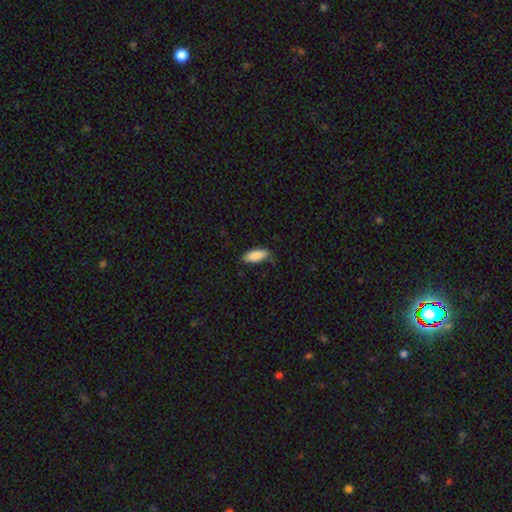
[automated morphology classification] Smooth or featured? smooth (87%)
How rounded? in between (81%)
Merging? none (72%)